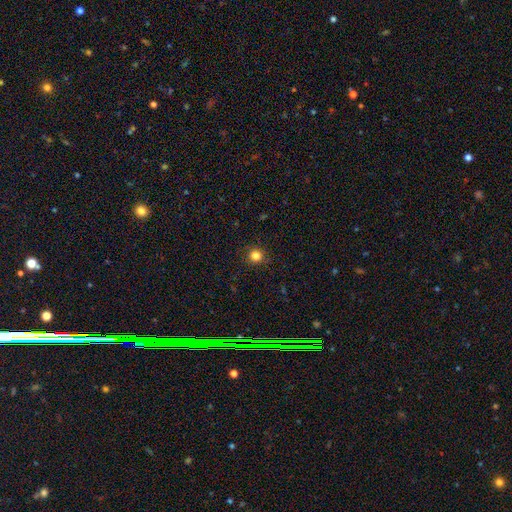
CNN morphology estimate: smooth 83%, star or artifact 13%, featured or disk 4%. Down the decision tree: how rounded — round (94%); merging — none (91%).